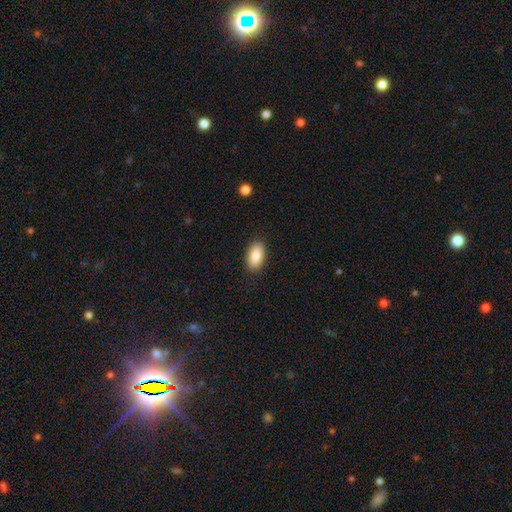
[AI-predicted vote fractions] Q: Smooth or featured?
A: smooth (85%); runner-up: featured or disk (8%)
Q: How rounded?
A: in between (92%); runner-up: round (5%)
Q: Merging?
A: none (89%); runner-up: minor disturbance (8%)